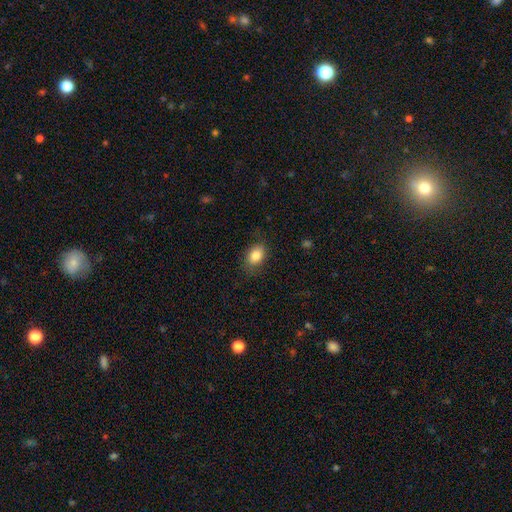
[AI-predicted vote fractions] smooth 84%, star or artifact 8%, featured or disk 8%. Down the decision tree: how rounded — in between (78%); merging — none (79%).